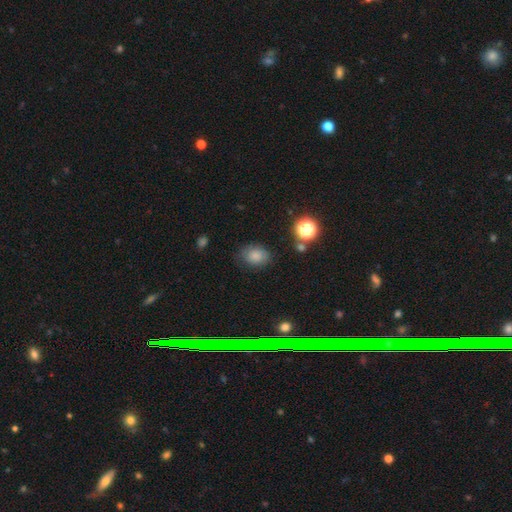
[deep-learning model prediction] smooth 80%, star or artifact 11%, featured or disk 8%. Down the decision tree: how rounded — in between (64%); merging — none (74%).